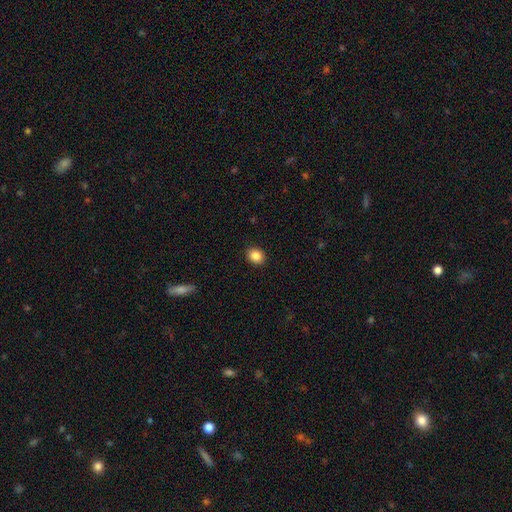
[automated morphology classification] smooth 86%, star or artifact 9%, featured or disk 4%. Down the decision tree: how rounded — round (60%); merging — none (90%).